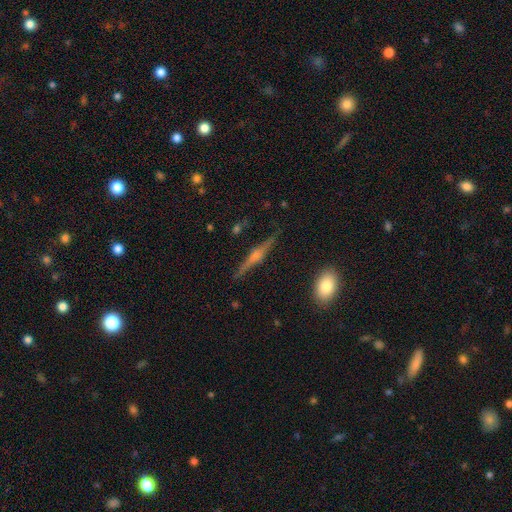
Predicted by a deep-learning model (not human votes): This is clearly a featured or disk galaxy (80%). It is clearly viewed edge-on (98%). Edge-on bulge: likely rounded (79%). Merging: clearly none (88%).